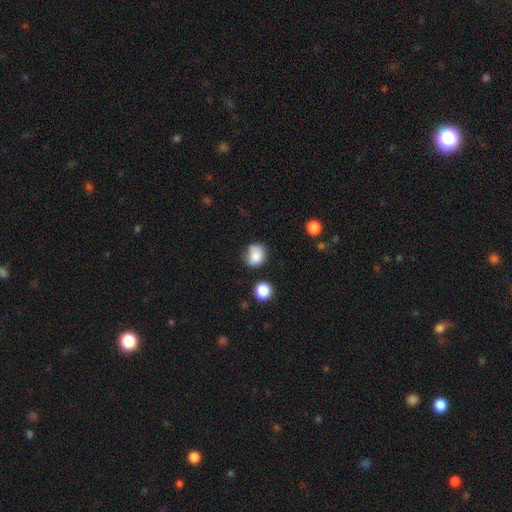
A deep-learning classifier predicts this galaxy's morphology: Overall: smooth (82%). How rounded: round (65%; in between 34%). Merging: none (58%; minor disturbance 25%).